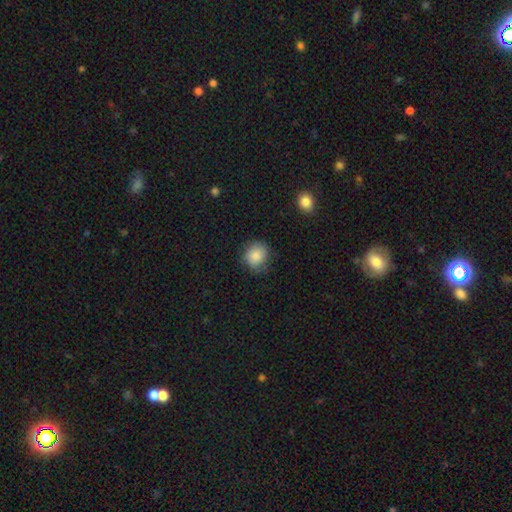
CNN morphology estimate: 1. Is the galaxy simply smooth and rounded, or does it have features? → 85% smooth, 8% star or artifact, 7% featured or disk.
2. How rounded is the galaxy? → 81% round, 18% in between, 1% cigar-shaped.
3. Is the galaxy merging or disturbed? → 76% none, 18% minor disturbance, 5% major disturbance, 1% merger.